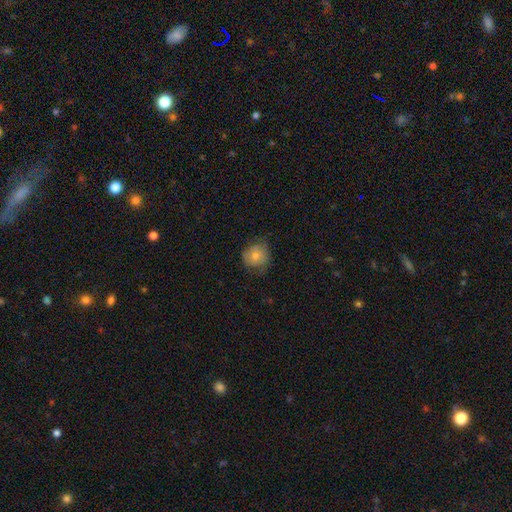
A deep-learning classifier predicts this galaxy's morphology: Smooth or featured: smooth — 70% (featured or disk — 22%)
How rounded: round — 84% (in between — 15%)
Merging: none — 63% (minor disturbance — 25%)